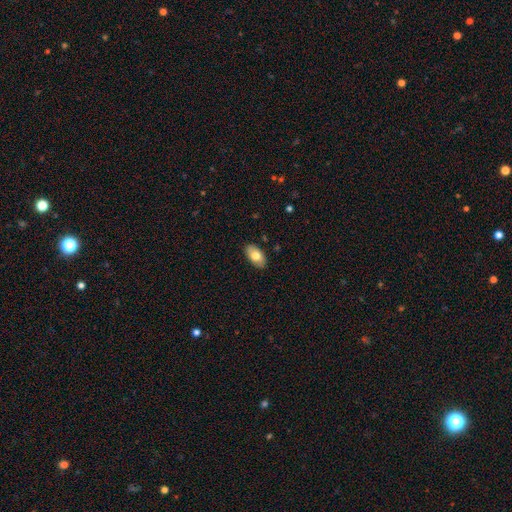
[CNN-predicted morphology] Smooth or featured? Predicted: smooth (p=0.76). How rounded? Predicted: in between (p=0.94). Merging? Predicted: none (p=0.88).